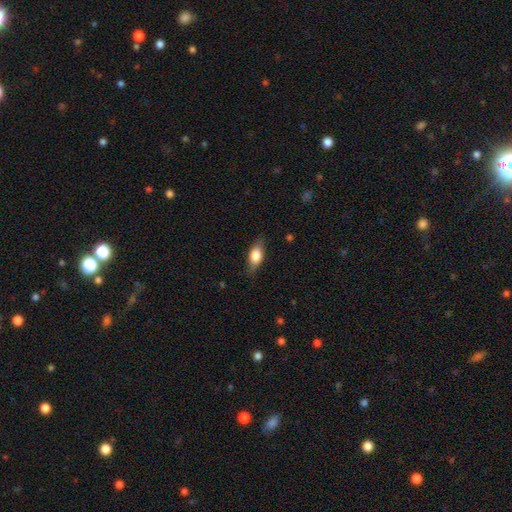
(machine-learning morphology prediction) This is likely a smooth galaxy (67%). How rounded: likely in between (77%). Merging: likely none (79%).